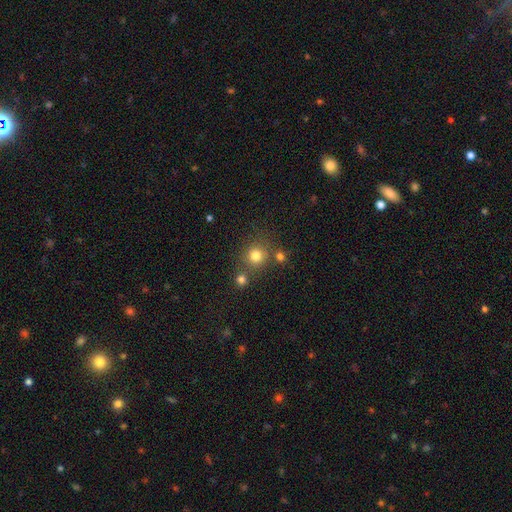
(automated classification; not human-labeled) Q: Smooth or featured?
A: smooth (78%); runner-up: star or artifact (15%)
Q: How rounded?
A: round (91%); runner-up: in between (9%)
Q: Merging?
A: none (73%); runner-up: merger (14%)